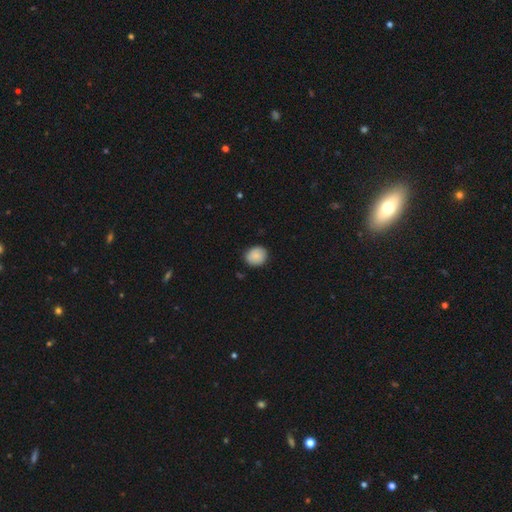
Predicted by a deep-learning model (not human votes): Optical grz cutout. It shows a smooth galaxy with no disk features (87%) that is round (74%). Merging: none (85%).